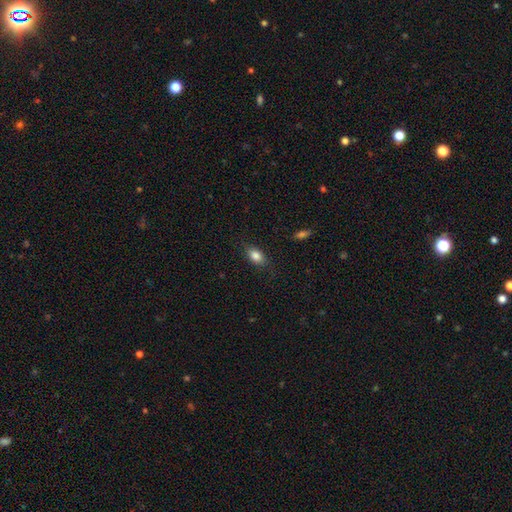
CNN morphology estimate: smooth_or_featured: smooth (p=0.83) [alt: featured or disk p=0.09]
how_rounded: in between (p=0.83) [alt: round p=0.13]
merging: none (p=0.80) [alt: minor disturbance p=0.15]